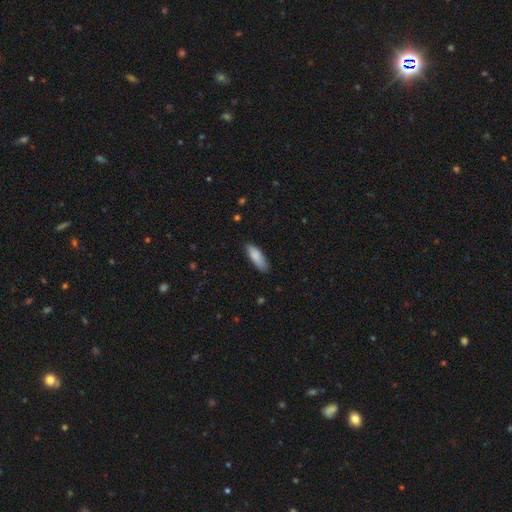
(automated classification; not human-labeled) smooth-or-featured: smooth: 86% | featured or disk: 8% | star or artifact: 6%
  how-rounded: in between: 60% | cigar-shaped: 39% | round: 2%
  merging: none: 79% | minor disturbance: 17% | major disturbance: 3% | merger: 1%